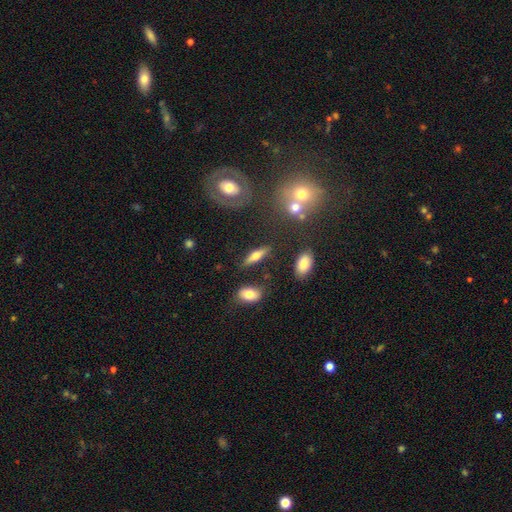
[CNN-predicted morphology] featured or disk 47%, smooth 45%, star or artifact 8%. Down the decision tree: merging — none (81%).